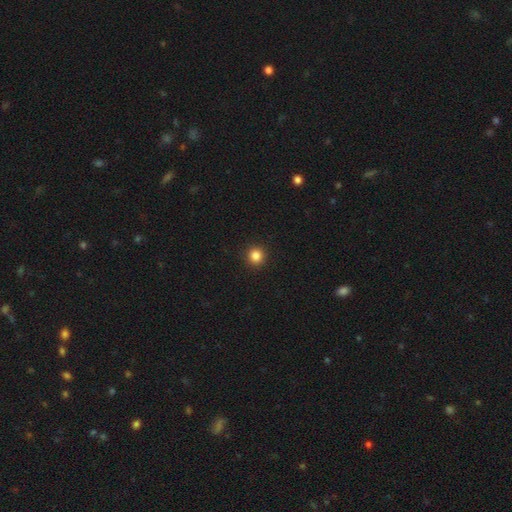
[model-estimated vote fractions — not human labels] Q: Smooth or featured?
A: smooth (85%); runner-up: star or artifact (12%)
Q: How rounded?
A: round (94%); runner-up: in between (5%)
Q: Merging?
A: none (93%); runner-up: minor disturbance (4%)